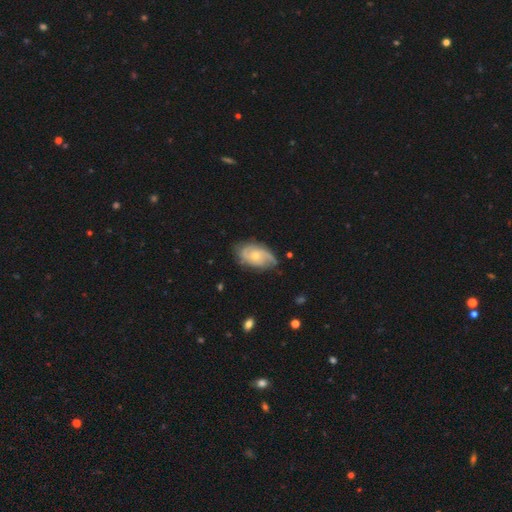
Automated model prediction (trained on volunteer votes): featured or disk 72%, smooth 22%, star or artifact 6%. Down the decision tree: edge-on disk — no (95%); bar — no (75%); spiral arms — yes (91%); spiral arm count — 2 (47%); spiral winding — tight (43%); bulge size — small (55%); merging — none (65%).